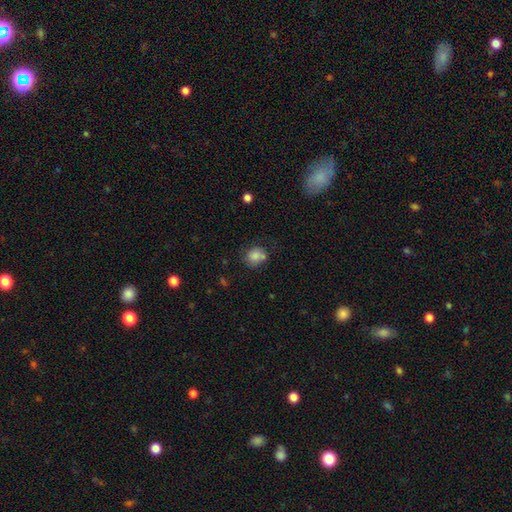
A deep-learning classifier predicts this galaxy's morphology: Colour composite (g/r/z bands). It shows a smooth galaxy with no disk features (80%) that is round (71%). Merging: none (57%).